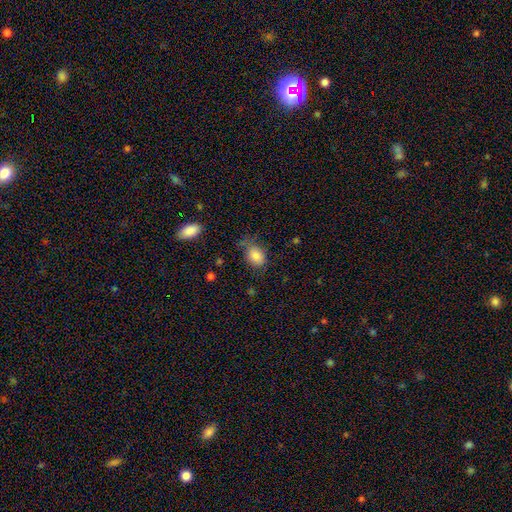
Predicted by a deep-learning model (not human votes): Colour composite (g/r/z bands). It shows a smooth galaxy with no disk features (85%) that is in between round and cigar-shaped (78%). Merging: none (60%).